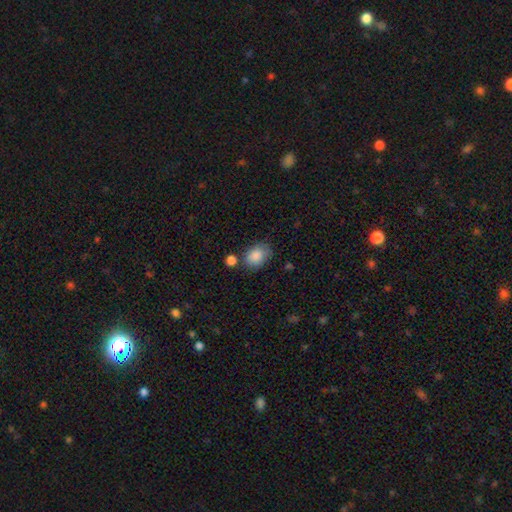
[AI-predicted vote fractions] smooth_or_featured: smooth (p=0.86) [alt: star or artifact p=0.08]
how_rounded: in between (p=0.70) [alt: round p=0.28]
merging: none (p=0.65) [alt: minor disturbance p=0.21]